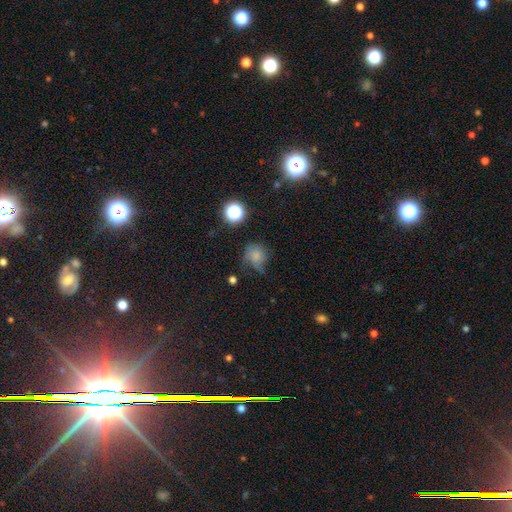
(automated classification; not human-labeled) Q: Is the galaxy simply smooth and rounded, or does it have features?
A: smooth — 65%.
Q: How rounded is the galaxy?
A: round — 72%.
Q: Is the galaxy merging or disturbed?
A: none — 42%.